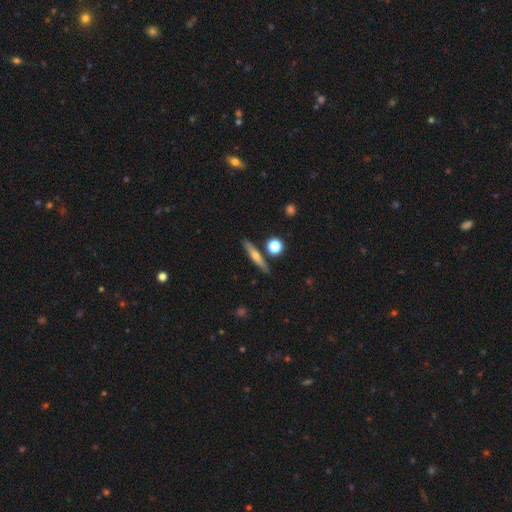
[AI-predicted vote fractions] Overall: smooth (47%; featured or disk 45%). Merging: none (85%).